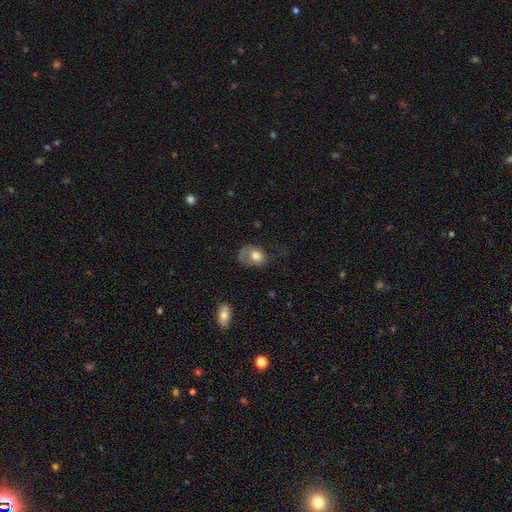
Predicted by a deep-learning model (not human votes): smooth_or_featured: smooth (p=0.68) [alt: featured or disk p=0.25]
how_rounded: in between (p=0.64) [alt: round p=0.35]
merging: major disturbance (p=0.36) [alt: none p=0.33]